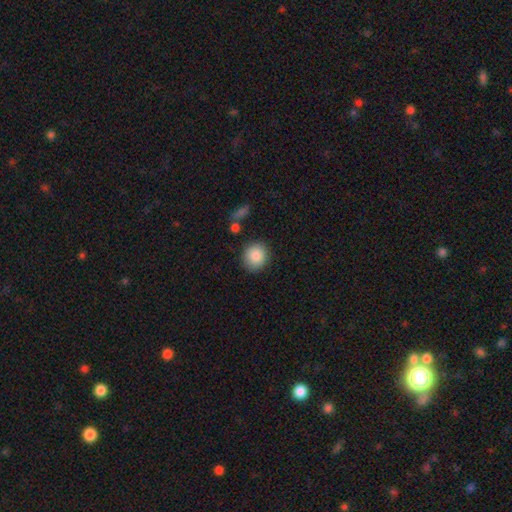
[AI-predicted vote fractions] This appears to be a smooth galaxy with no disk features (87%) that is round (84%). Merging: none (86%).